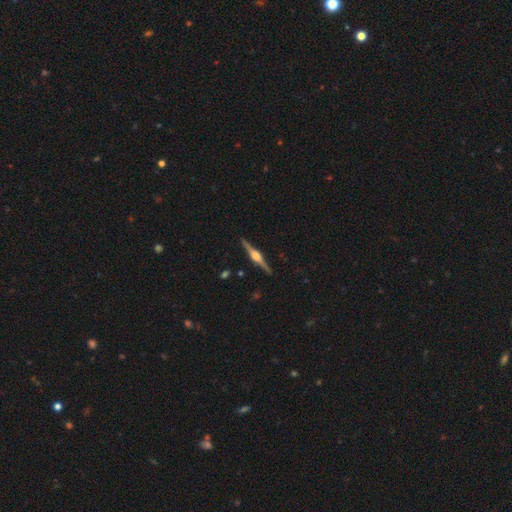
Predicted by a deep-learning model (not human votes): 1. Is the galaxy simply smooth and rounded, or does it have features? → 87% featured or disk, 8% smooth, 5% star or artifact.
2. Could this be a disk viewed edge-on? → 99% yes, 1% no.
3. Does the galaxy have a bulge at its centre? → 90% rounded, 8% boxy, 2% none.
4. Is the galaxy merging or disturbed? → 92% none, 6% minor disturbance, 1% major disturbance, 1% merger.